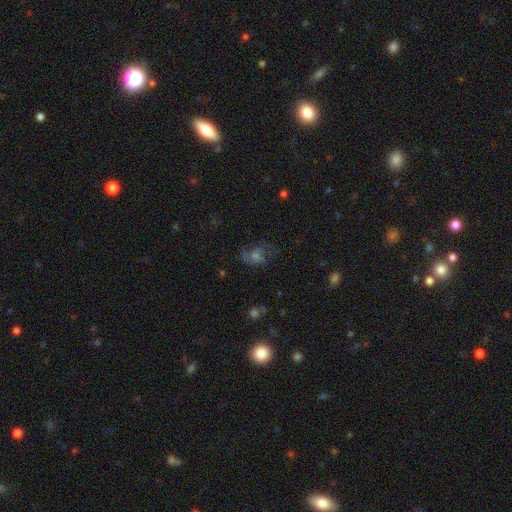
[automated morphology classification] smooth_or_featured: featured or disk (p=0.40) [alt: smooth p=0.32]
merging: none (p=0.59) [alt: minor disturbance p=0.20]